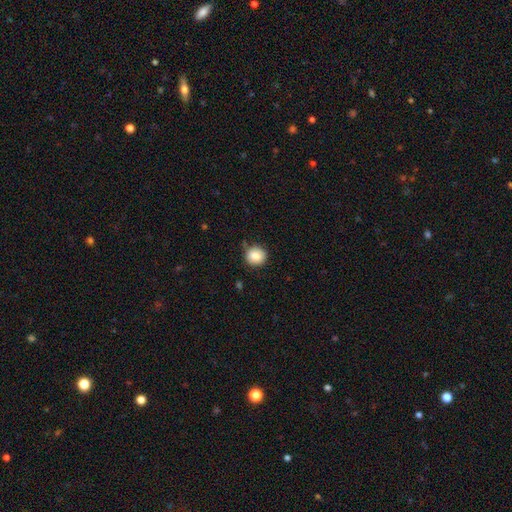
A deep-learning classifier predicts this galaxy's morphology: The model was most divided on "merging": none: 80%, minor disturbance: 15%, major disturbance: 3%, merger: 3%. More confident: how rounded — round (85%); smooth or featured — smooth (84%).